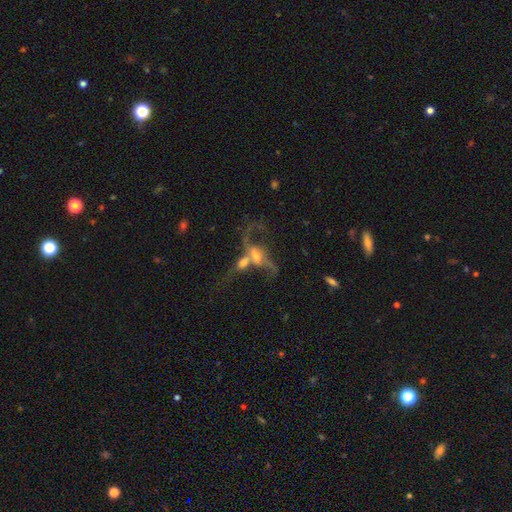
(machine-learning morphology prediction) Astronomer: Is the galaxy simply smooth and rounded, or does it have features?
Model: featured or disk — 71%.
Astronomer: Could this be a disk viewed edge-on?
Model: no — 89%.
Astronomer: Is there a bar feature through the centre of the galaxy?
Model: no — 54% (runner-up: weak, 32%).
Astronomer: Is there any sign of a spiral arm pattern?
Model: yes — 74%.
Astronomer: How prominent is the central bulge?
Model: moderate — 46% (runner-up: small, 29%).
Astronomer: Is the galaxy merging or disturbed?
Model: merger — 67%.